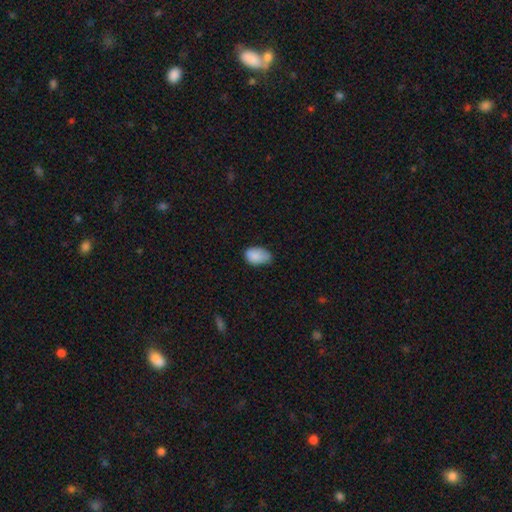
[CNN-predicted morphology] A smooth galaxy with no disk features (86%) that is in between round and cigar-shaped (89%). Merging: none (47%).